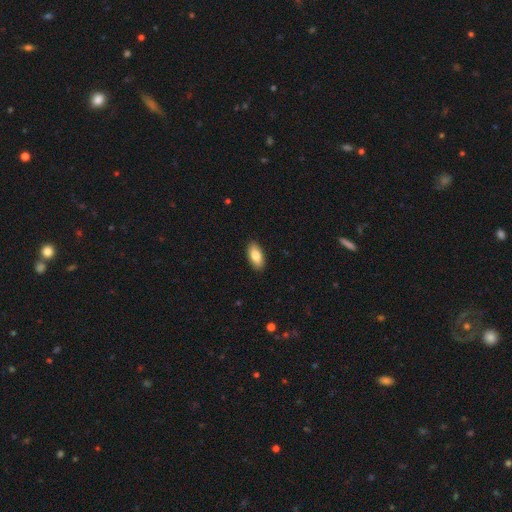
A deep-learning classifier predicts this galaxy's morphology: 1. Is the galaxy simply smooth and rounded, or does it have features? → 82% smooth, 11% featured or disk, 6% star or artifact.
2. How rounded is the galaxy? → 90% in between, 7% cigar-shaped, 3% round.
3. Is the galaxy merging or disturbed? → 90% none, 8% minor disturbance, 2% major disturbance, 1% merger.